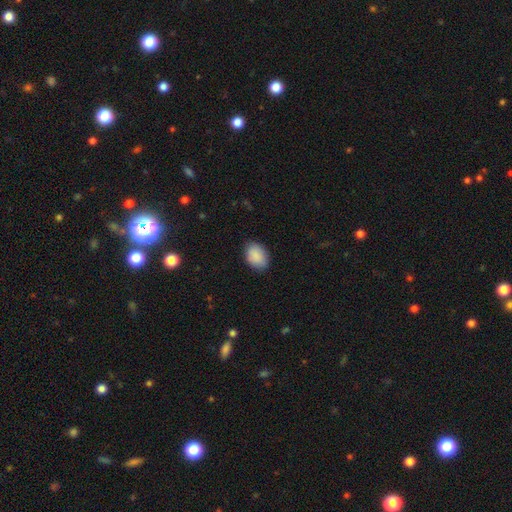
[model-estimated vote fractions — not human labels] A smooth galaxy with no disk features (90%) that is in between round and cigar-shaped (83%).

Vote fractions:
- Smooth or featured? smooth: 90% / star or artifact: 6% / featured or disk: 4%
- How rounded? in between: 83% / round: 16% / cigar-shaped: 1%
- Merging? none: 85% / minor disturbance: 12% / major disturbance: 2% / merger: 1%